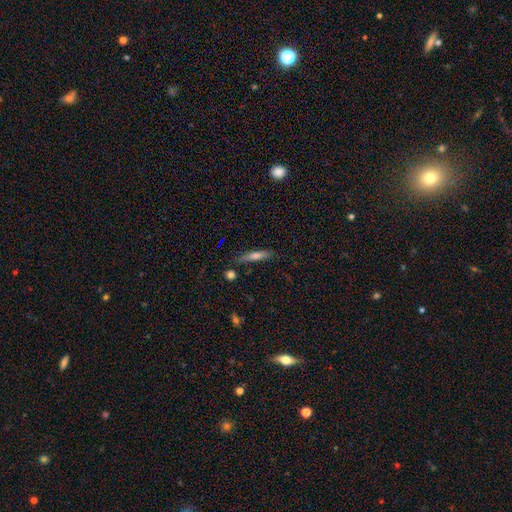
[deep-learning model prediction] Morphology: type=smooth (61%); roundness=cigar-shaped (84%); merging=none (79%).